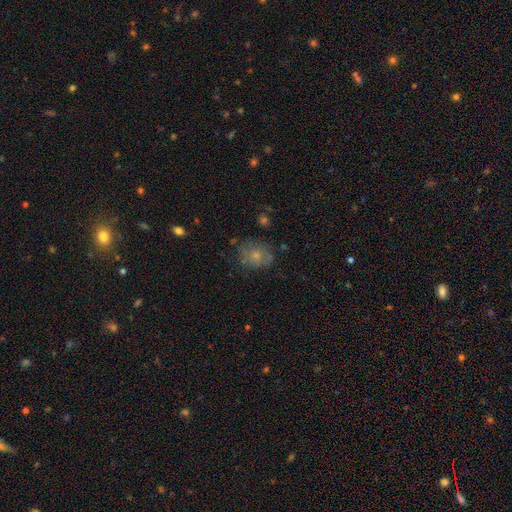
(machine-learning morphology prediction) smooth_or_featured: smooth (p=0.68) [alt: featured or disk p=0.20]
how_rounded: round (p=0.54) [alt: in between p=0.44]
merging: none (p=0.70) [alt: minor disturbance p=0.20]